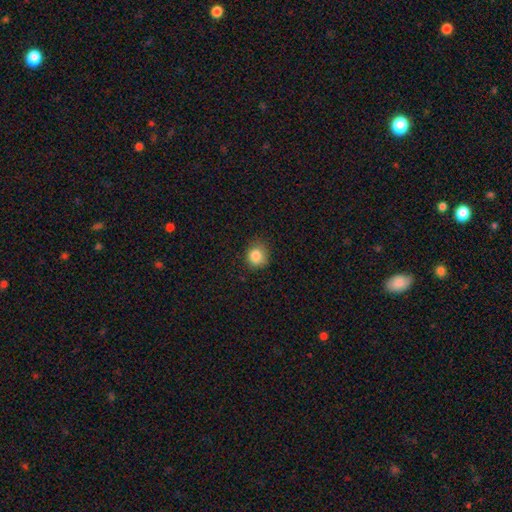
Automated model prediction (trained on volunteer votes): This is clearly a smooth galaxy (85%). How rounded: likely round (80%). Merging: likely none (72%).